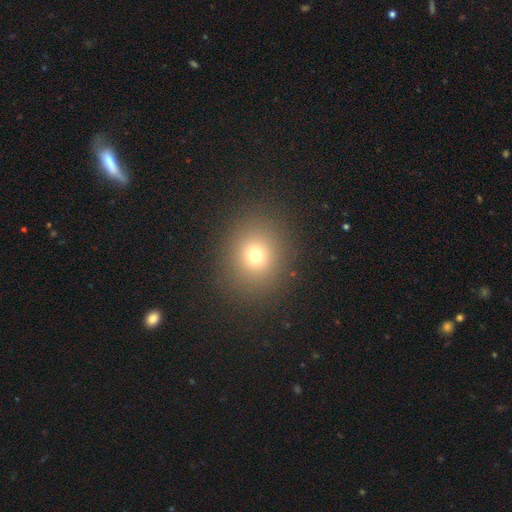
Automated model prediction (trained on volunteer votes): Morphology: type=smooth (71%); roundness=round (73%); merging=none (88%).